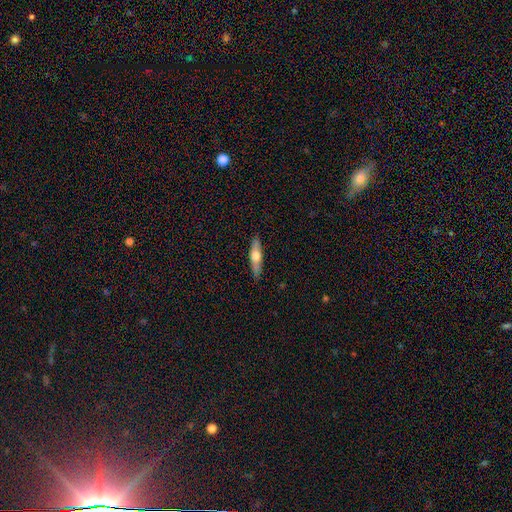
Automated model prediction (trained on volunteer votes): Morphology: type=smooth (53%); roundness=cigar-shaped (71%); merging=none (87%).